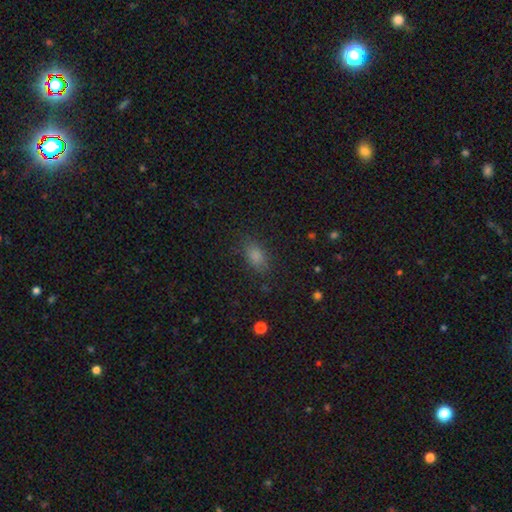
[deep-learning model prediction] The model was most divided on "merging": none: 80%, minor disturbance: 14%, major disturbance: 5%, merger: 1%. More confident: how rounded — in between (85%); smooth or featured — smooth (81%).